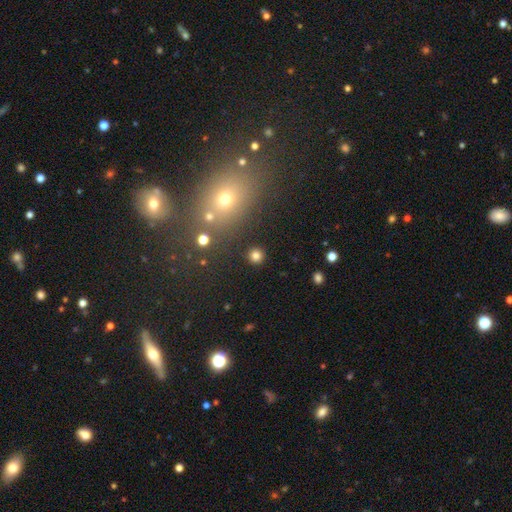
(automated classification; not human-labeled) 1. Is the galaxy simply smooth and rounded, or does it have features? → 81% smooth, 14% star or artifact, 5% featured or disk.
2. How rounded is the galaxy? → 94% round, 5% in between, 1% cigar-shaped.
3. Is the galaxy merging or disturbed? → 90% none, 5% minor disturbance, 2% major disturbance, 2% merger.